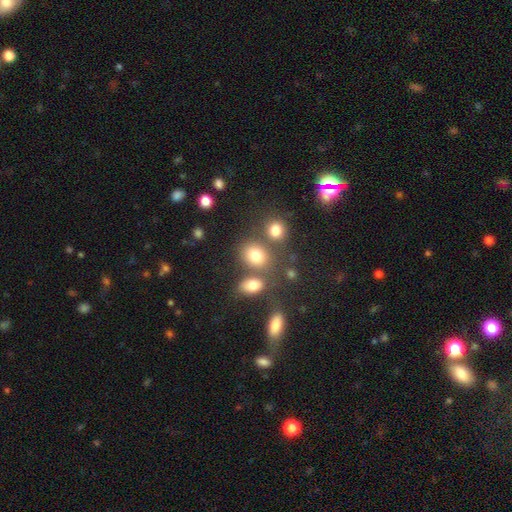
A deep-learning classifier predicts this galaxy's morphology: Smooth or featured? Predicted: smooth (p=0.77). How rounded? Predicted: round (p=0.57). Merging? Predicted: none (p=0.61).